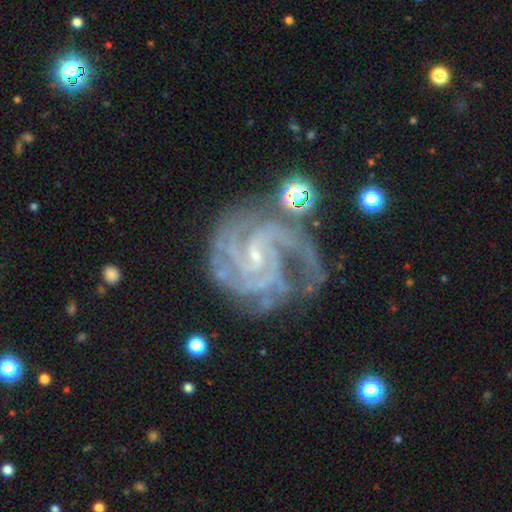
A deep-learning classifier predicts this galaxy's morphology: This appears to be a featured or disk galaxy (91%) with a weak bar (45%), 3 (31%) tight (62%) spiral arms (98%) and a small central bulge (81%). Merging: none (60%).